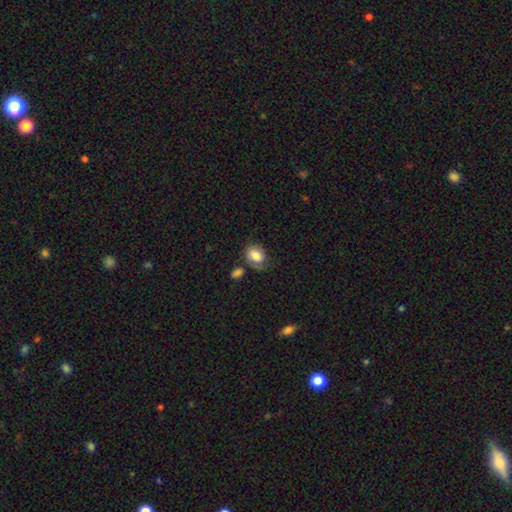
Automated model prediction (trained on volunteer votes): Smooth or featured? Predicted: smooth (p=0.76). How rounded? Predicted: in between (p=0.64). Merging? Predicted: none (p=0.51).